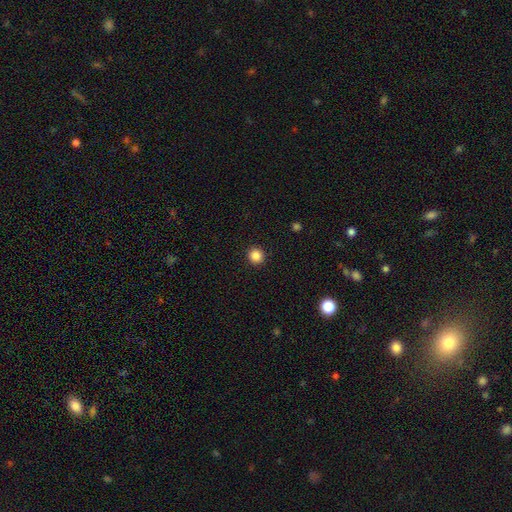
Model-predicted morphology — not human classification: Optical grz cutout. It shows a smooth galaxy with no disk features (86%) that is round (92%). Merging: none (92%).